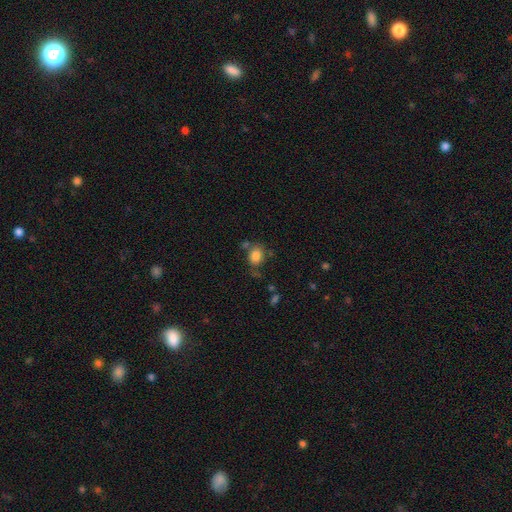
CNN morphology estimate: Q: Smooth or featured?
A: smooth (82%); runner-up: star or artifact (10%)
Q: How rounded?
A: round (53%); runner-up: in between (46%)
Q: Merging?
A: none (62%); runner-up: minor disturbance (18%)